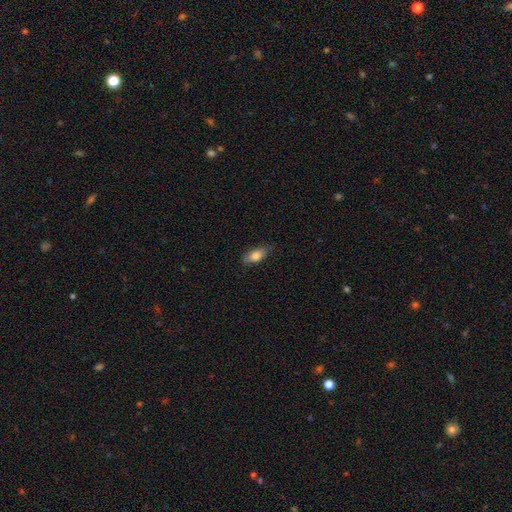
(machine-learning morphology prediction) A smooth galaxy with no disk features (79%) that is in between round and cigar-shaped (81%). Merging: none (74%).